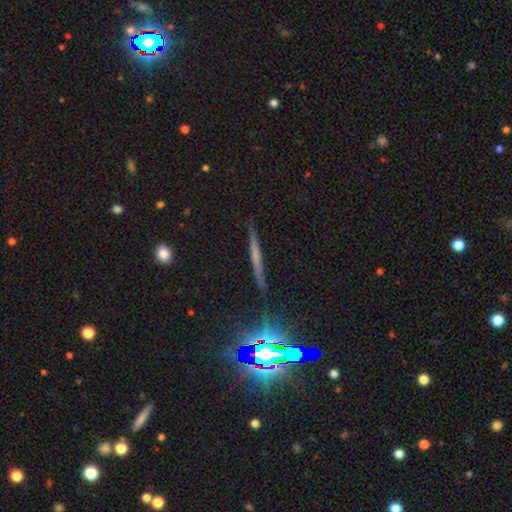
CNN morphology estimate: Smooth or featured? Predicted: featured or disk (p=0.44). Merging? Predicted: none (p=0.86).